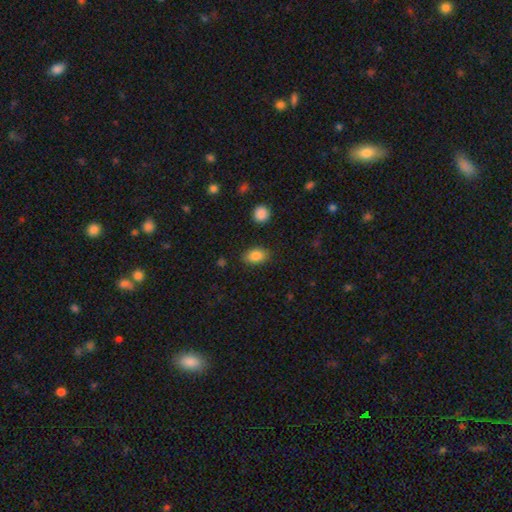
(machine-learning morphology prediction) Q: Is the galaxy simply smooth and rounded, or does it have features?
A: smooth — 85%.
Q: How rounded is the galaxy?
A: in between — 85%.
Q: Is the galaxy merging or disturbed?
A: none — 85%.